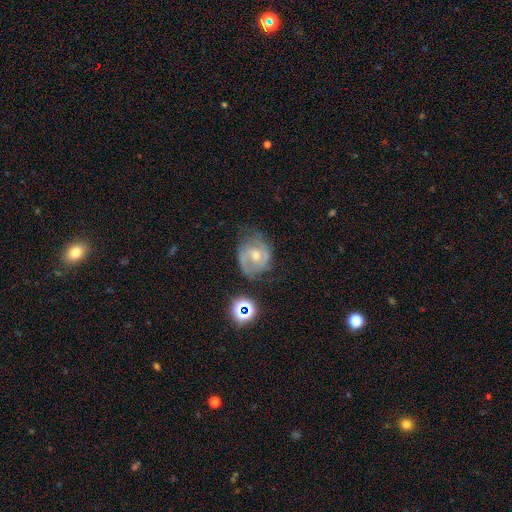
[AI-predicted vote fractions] Smooth or featured?
  - featured or disk: 77% *
  - smooth: 13%
  - star or artifact: 9%
Edge-on disk?
  - no: 98% *
  - yes: 2%
Bar?
  - no: 56% *
  - weak: 37%
  - strong: 7%
Spiral arms?
  - yes: 92% *
  - no: 8%
Spiral winding?
  - medium: 45% *
  - tight: 43%
  - loose: 13%
Spiral arm count?
  - 2: 71% *
  - can't tell: 14%
  - 3: 6%
  - 1: 5%
  - 4: 2%
  - more than 4: 2%
Bulge size?
  - moderate: 66% *
  - small: 26%
  - large: 4%
  - none: 2%
  - dominant: 1%
Merging?
  - none: 62% *
  - minor disturbance: 24%
  - major disturbance: 11%
  - merger: 2%